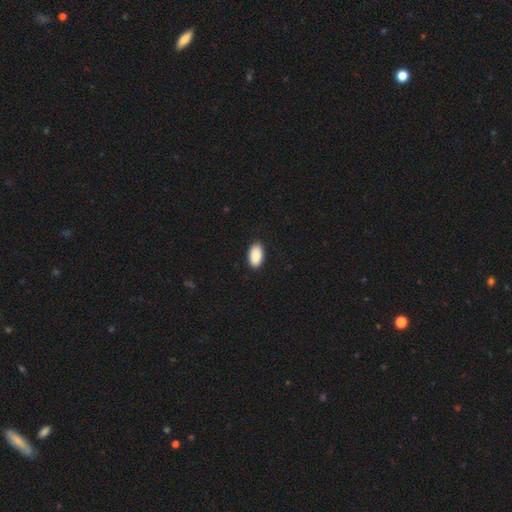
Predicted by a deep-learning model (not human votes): This appears to be a smooth galaxy with no disk features (91%) that is in between round and cigar-shaped (96%). Merging: none (90%).